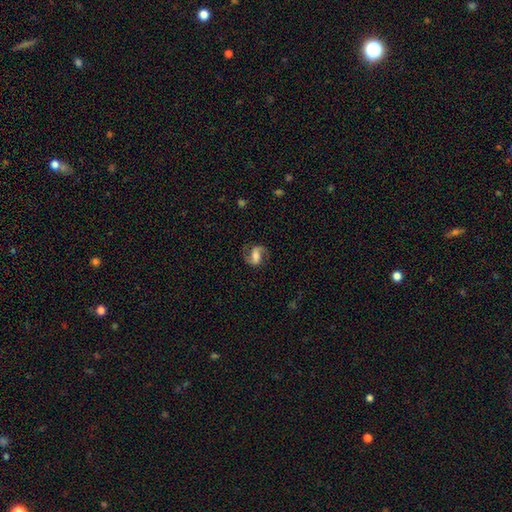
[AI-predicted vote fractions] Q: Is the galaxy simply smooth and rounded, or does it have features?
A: featured or disk — 75%.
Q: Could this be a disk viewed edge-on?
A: no — 97%.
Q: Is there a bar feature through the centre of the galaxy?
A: weak — 40%.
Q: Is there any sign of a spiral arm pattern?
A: yes — 94%.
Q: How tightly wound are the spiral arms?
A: medium — 47%.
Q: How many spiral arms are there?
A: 2 — 90%.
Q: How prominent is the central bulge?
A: moderate — 53%.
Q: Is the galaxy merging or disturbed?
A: none — 76%.